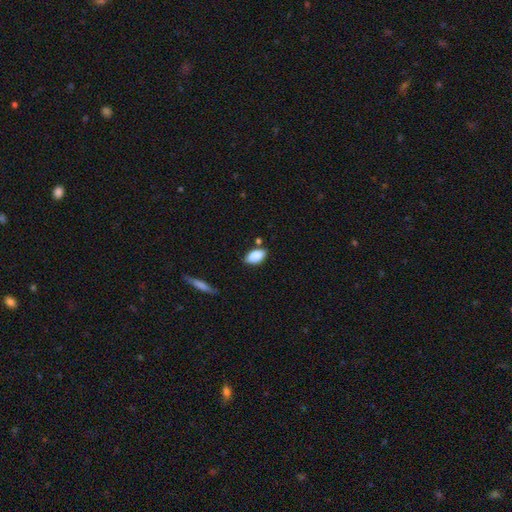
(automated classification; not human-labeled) Overall: smooth (83%). How rounded: in between (92%). Merging: none (79%).